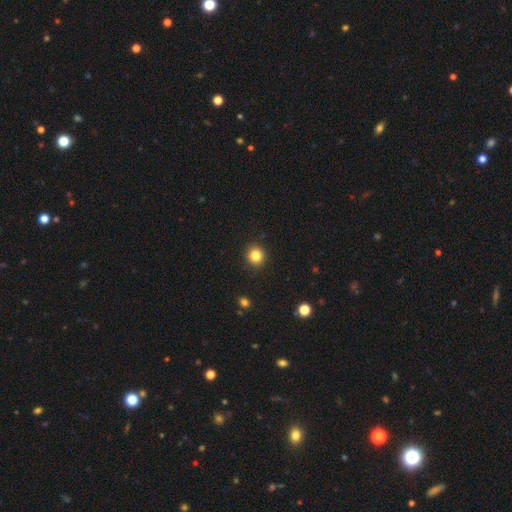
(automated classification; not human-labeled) The model was most divided on "smooth or featured": smooth: 84%, star or artifact: 11%, featured or disk: 5%. More confident: merging — none (91%); how rounded — round (88%).